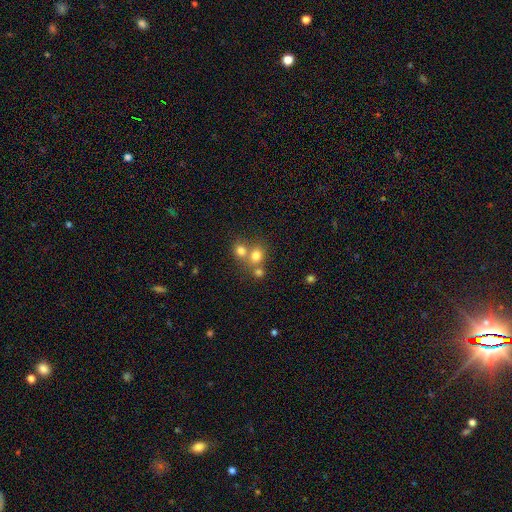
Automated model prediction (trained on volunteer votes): This is likely a smooth galaxy (74%). How rounded: likely round (75%). Merging: possibly merger (48%).